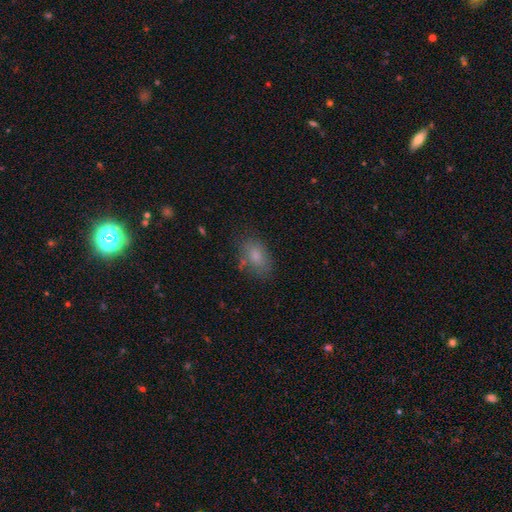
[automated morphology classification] smooth 77%, featured or disk 13%, star or artifact 9%. Down the decision tree: how rounded — in between (87%); merging — none (69%).